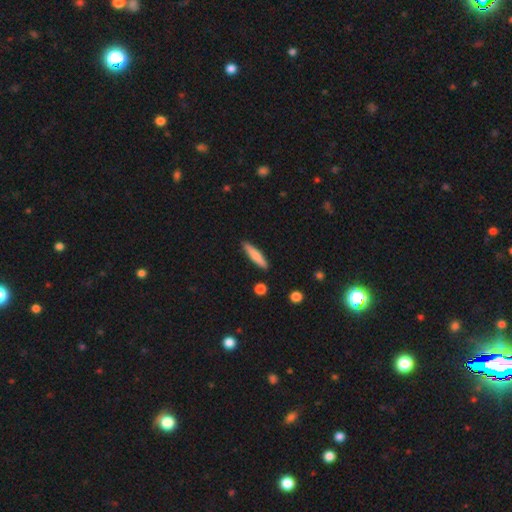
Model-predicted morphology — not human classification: Smooth or featured? smooth (76%)
How rounded? cigar-shaped (87%)
Merging? none (88%)